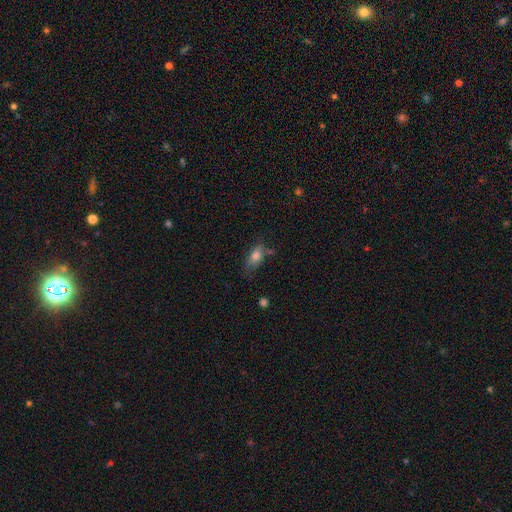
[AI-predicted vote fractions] This is likely a smooth galaxy (78%). How rounded: clearly in between (85%). Merging: possibly none (56%).